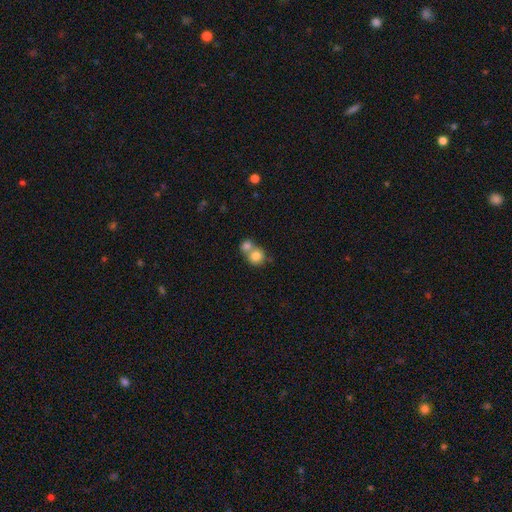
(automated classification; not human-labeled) smooth_or_featured: smooth (p=0.79) [alt: featured or disk p=0.12]
how_rounded: round (p=0.80) [alt: in between p=0.19]
merging: merger (p=0.63) [alt: none p=0.29]